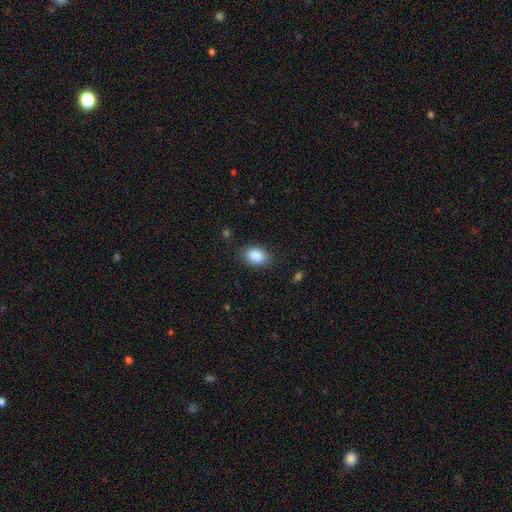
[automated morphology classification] Smooth or featured: smooth — 89% (star or artifact — 7%)
How rounded: in between — 80% (round — 19%)
Merging: none — 83% (minor disturbance — 13%)